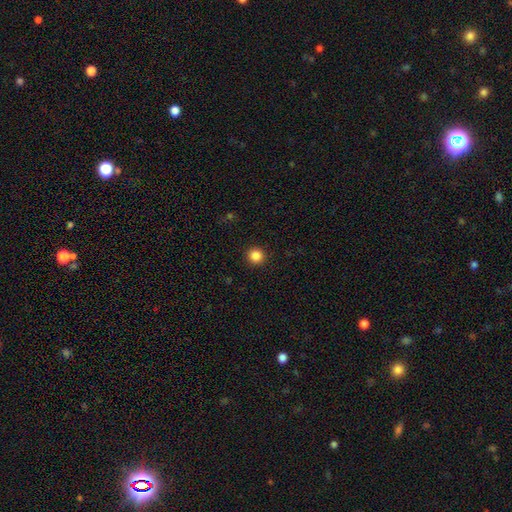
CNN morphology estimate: Smooth or featured? Predicted: smooth (p=0.86). How rounded? Predicted: round (p=0.95). Merging? Predicted: none (p=0.93).